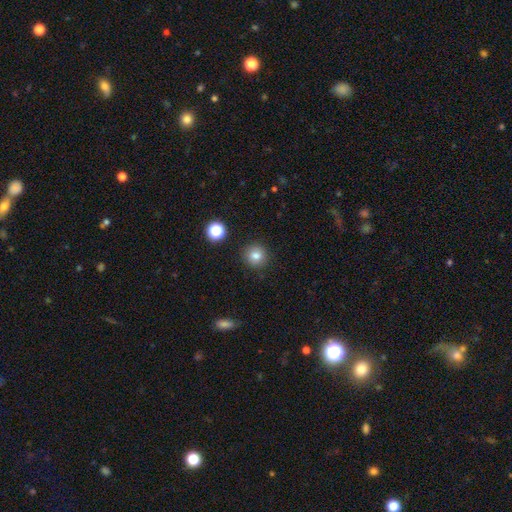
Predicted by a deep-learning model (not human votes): A smooth galaxy with no disk features (80%) that is round (93%).

Vote fractions:
- Smooth or featured? smooth: 80% / star or artifact: 12% / featured or disk: 7%
- How rounded? round: 93% / in between: 6% / cigar-shaped: 1%
- Merging? none: 90% / minor disturbance: 6% / major disturbance: 2% / merger: 2%